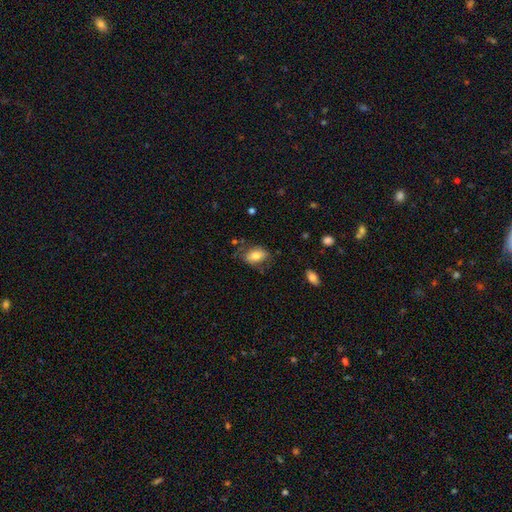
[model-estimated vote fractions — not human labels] Overall: smooth (74%). How rounded: in between (86%). Merging: none (67%).